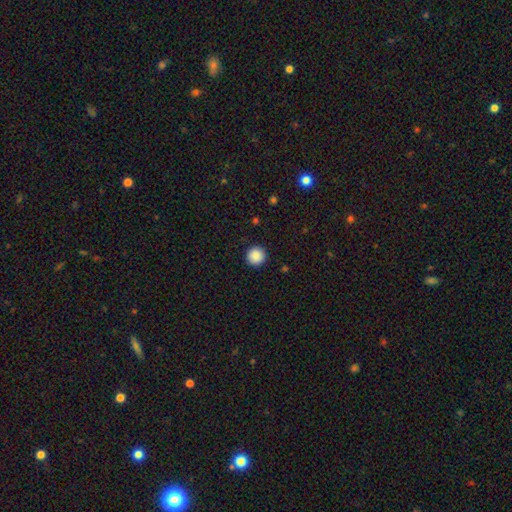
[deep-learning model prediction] Smooth or featured? smooth (89%)
How rounded? round (96%)
Merging? none (92%)